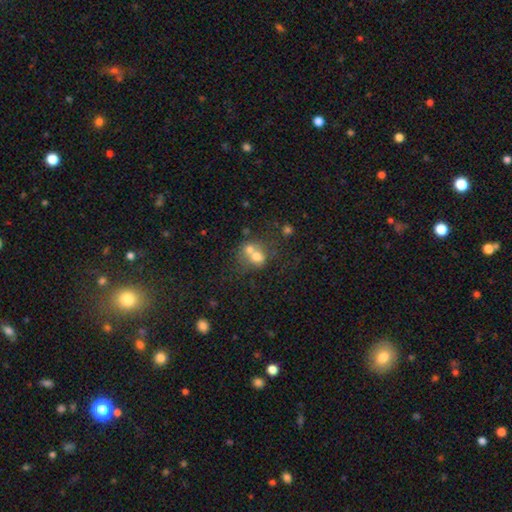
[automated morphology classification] type=smooth (62%); roundness=round (67%); merging=merger (63%).